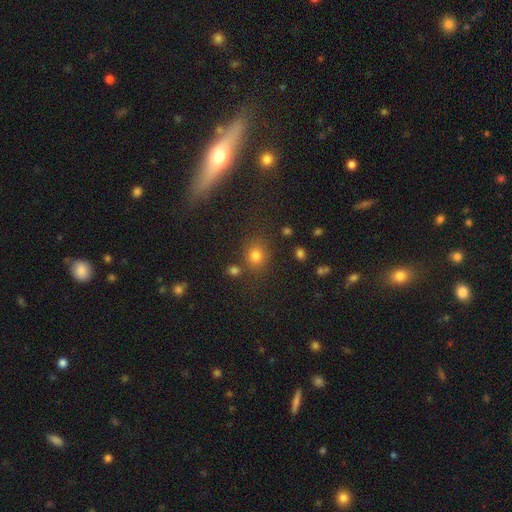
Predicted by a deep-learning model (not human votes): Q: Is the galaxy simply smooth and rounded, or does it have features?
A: smooth — 74%.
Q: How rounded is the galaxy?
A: round — 73%.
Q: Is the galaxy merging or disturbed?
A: none — 77%.